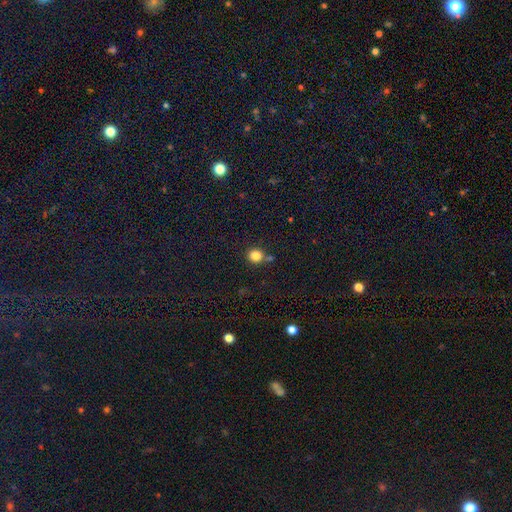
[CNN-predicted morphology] smooth 83%, star or artifact 12%, featured or disk 5%. Down the decision tree: how rounded — round (89%); merging — none (76%).